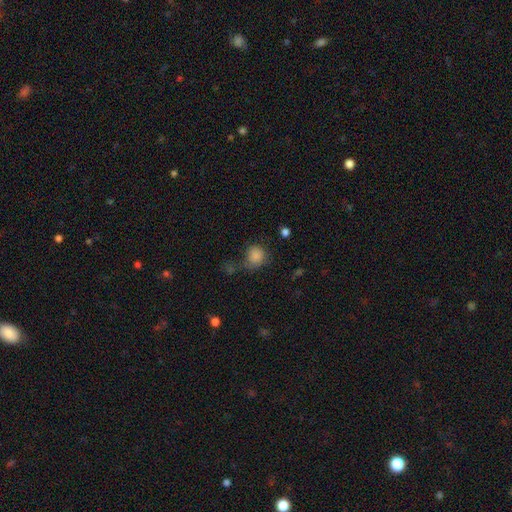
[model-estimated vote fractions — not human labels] smooth_or_featured: smooth (p=0.84) [alt: star or artifact p=0.10]
how_rounded: round (p=0.81) [alt: in between p=0.18]
merging: none (p=0.51) [alt: minor disturbance p=0.22]